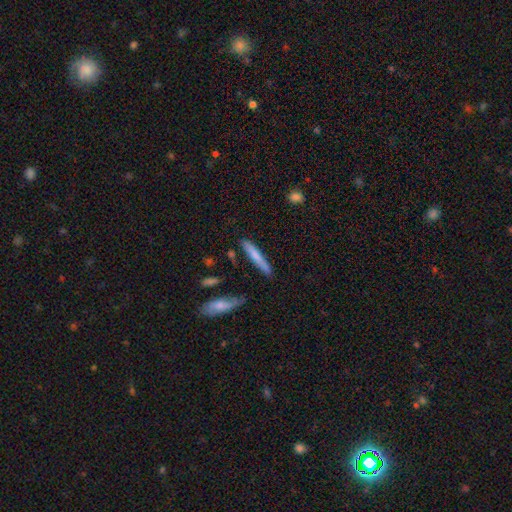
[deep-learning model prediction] Smooth or featured? Predicted: smooth (p=0.69). How rounded? Predicted: cigar-shaped (p=0.93). Merging? Predicted: none (p=0.82).